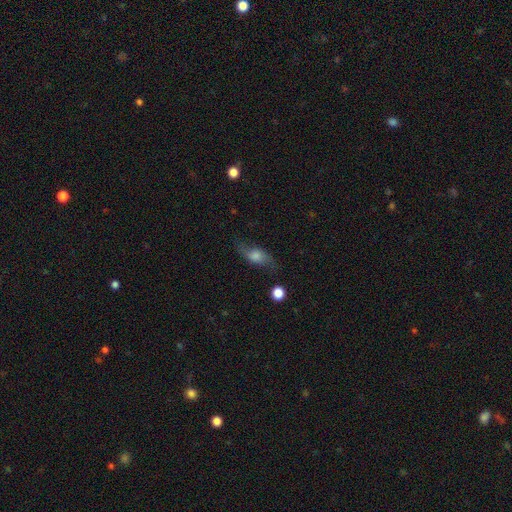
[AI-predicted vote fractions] A featured or disk galaxy (51%). Merging: none (69%).